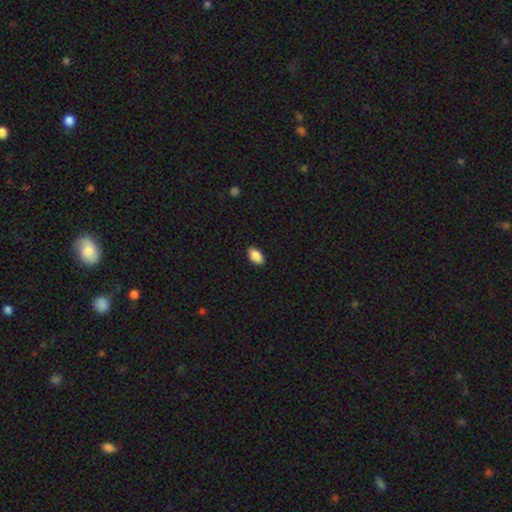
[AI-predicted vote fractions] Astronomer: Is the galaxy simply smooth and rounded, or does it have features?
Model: smooth — 89%.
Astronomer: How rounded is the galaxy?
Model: in between — 92%.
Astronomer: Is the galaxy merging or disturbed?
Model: none — 89%.